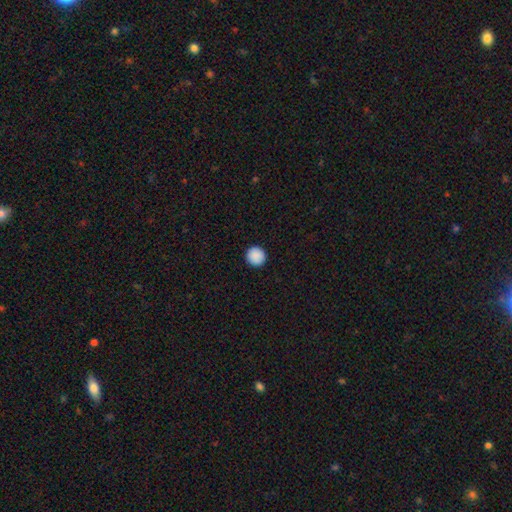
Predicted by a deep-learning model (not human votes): Smooth or featured: smooth — 90% (star or artifact — 8%)
How rounded: round — 96% (in between — 3%)
Merging: none — 93% (minor disturbance — 4%)